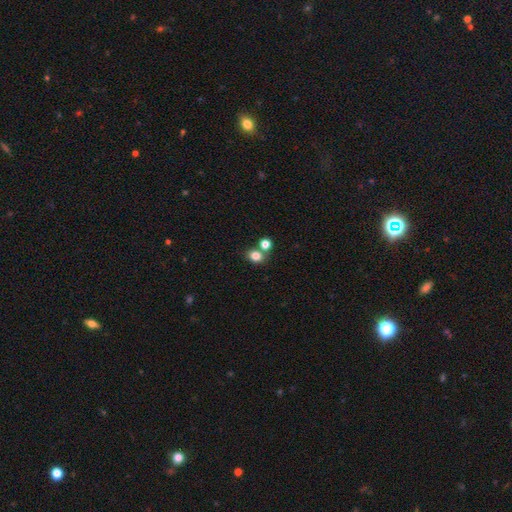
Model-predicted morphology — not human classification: Smooth or featured? smooth (81%)
How rounded? round (64%)
Merging? none (57%)